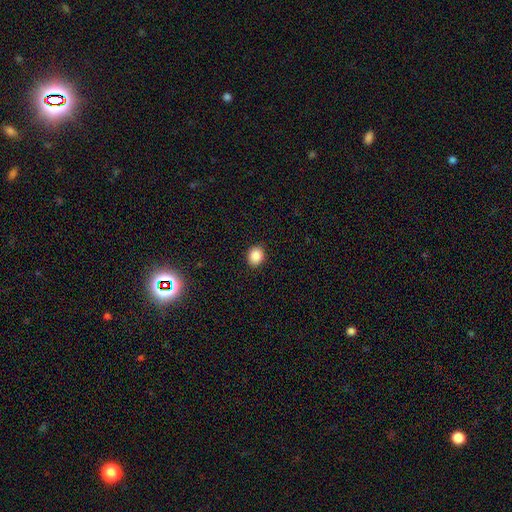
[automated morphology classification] smooth-or-featured: smooth: 87% | star or artifact: 9% | featured or disk: 3%
  how-rounded: round: 69% | in between: 30% | cigar-shaped: 1%
  merging: none: 91% | minor disturbance: 6% | major disturbance: 2% | merger: 1%